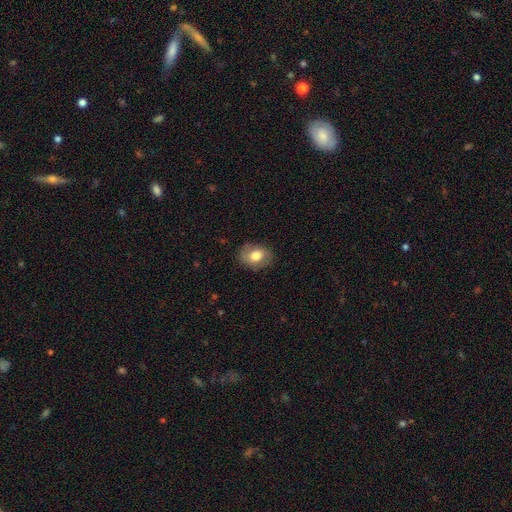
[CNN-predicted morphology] smooth-or-featured: smooth: 69% | featured or disk: 23% | star or artifact: 8%
  how-rounded: in between: 65% | round: 33% | cigar-shaped: 1%
  merging: none: 82% | minor disturbance: 14% | major disturbance: 4% | merger: 1%